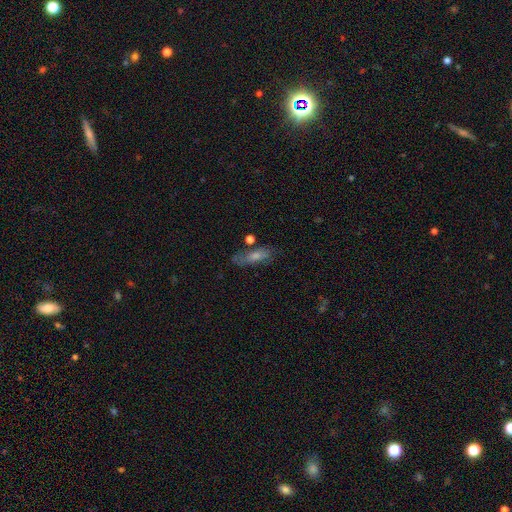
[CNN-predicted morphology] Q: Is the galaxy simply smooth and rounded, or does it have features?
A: smooth — 44%.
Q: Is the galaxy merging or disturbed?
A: none — 68%.